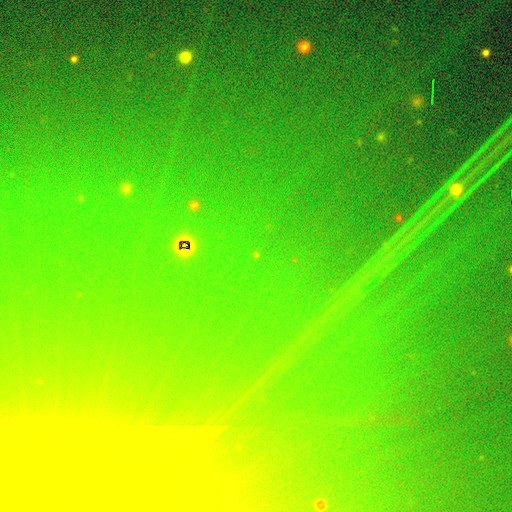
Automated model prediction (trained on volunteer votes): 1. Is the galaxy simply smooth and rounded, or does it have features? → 83% star or artifact, 9% smooth, 8% featured or disk.